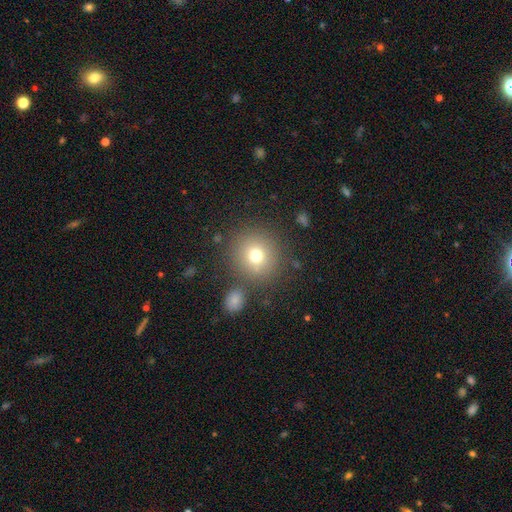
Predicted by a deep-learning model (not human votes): smooth-or-featured: smooth: 73% | star or artifact: 15% | featured or disk: 12%
  how-rounded: round: 92% | in between: 7% | cigar-shaped: 1%
  merging: none: 81% | minor disturbance: 8% | merger: 7% | major disturbance: 4%